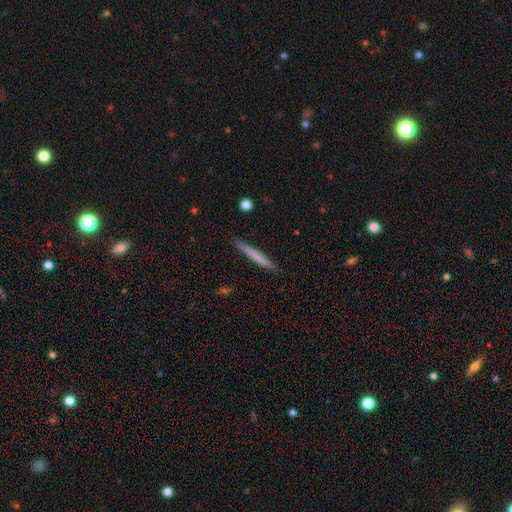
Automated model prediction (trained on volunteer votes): Smooth or featured: smooth — 65% (featured or disk — 29%)
How rounded: cigar-shaped — 97% (in between — 2%)
Merging: none — 91% (minor disturbance — 7%)